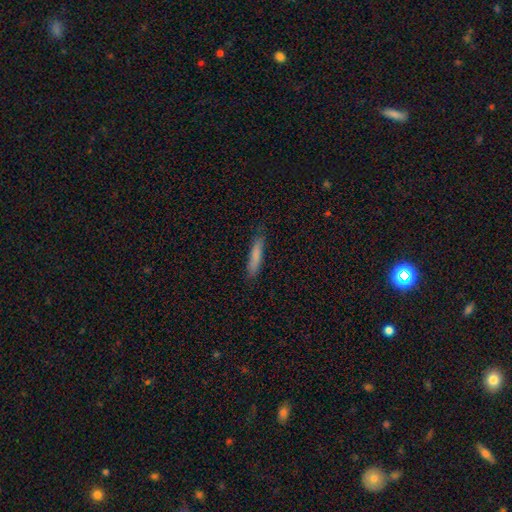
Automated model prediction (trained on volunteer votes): smooth 79%, featured or disk 14%, star or artifact 7%. Down the decision tree: how rounded — cigar-shaped (89%); merging — none (84%).